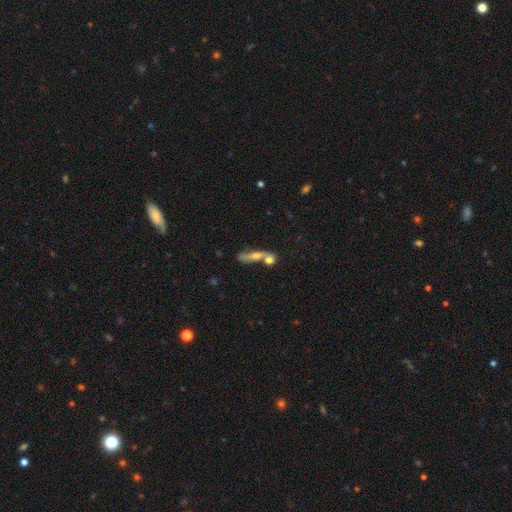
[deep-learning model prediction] A featured or disk galaxy (47%).

Vote fractions:
- Smooth or featured? featured or disk: 47% / smooth: 43% / star or artifact: 10%
- Merging? none: 46% / merger: 32% / minor disturbance: 14% / major disturbance: 8%